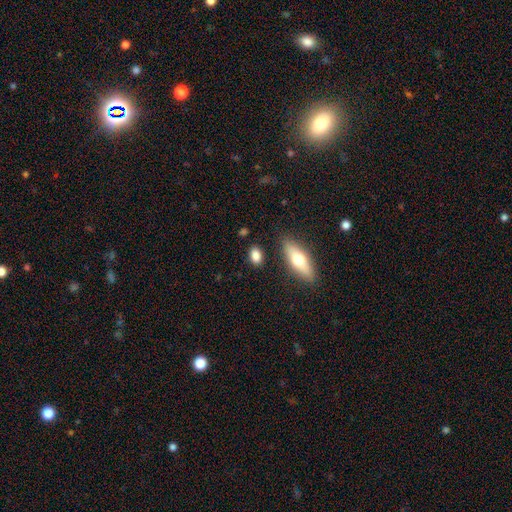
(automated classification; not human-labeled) Q: Smooth or featured?
A: smooth (83%); runner-up: featured or disk (9%)
Q: How rounded?
A: in between (75%); runner-up: round (19%)
Q: Merging?
A: none (84%); runner-up: minor disturbance (10%)